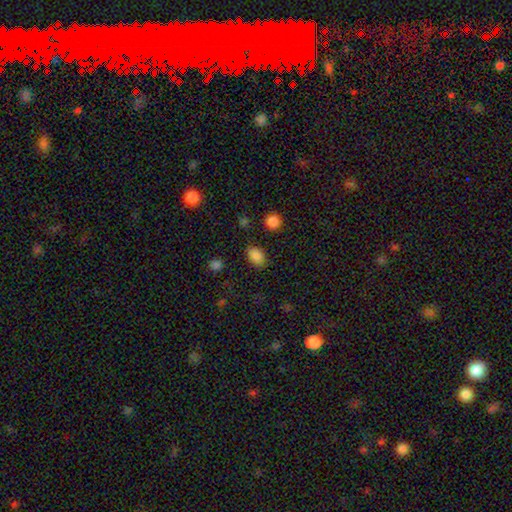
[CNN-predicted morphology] Smooth or featured: smooth — 86% (star or artifact — 10%)
How rounded: in between — 84% (round — 15%)
Merging: none — 85% (minor disturbance — 11%)